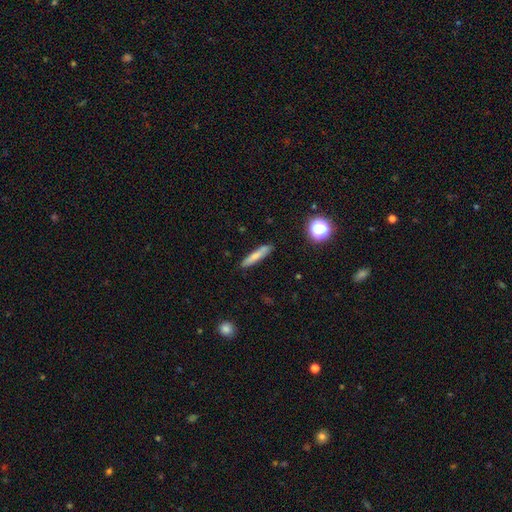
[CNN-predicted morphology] The model was most divided on "smooth or featured": smooth: 72%, featured or disk: 20%, star or artifact: 8%. More confident: how rounded — cigar-shaped (88%); merging — none (86%).